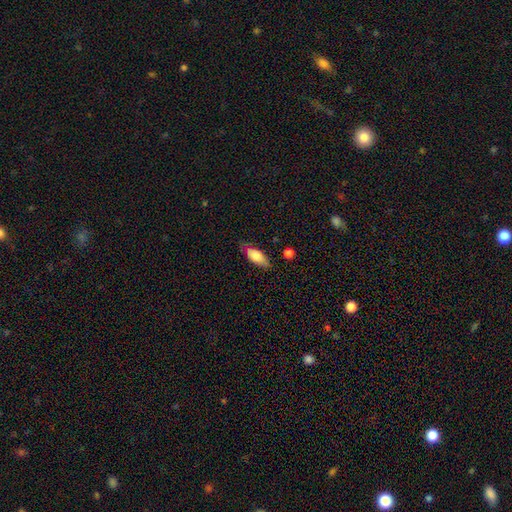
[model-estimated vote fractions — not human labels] Smooth or featured?
  - smooth: 74% *
  - featured or disk: 20%
  - star or artifact: 6%
How rounded?
  - in between: 83% *
  - cigar-shaped: 15%
  - round: 3%
Merging?
  - none: 69% *
  - minor disturbance: 23%
  - major disturbance: 6%
  - merger: 2%